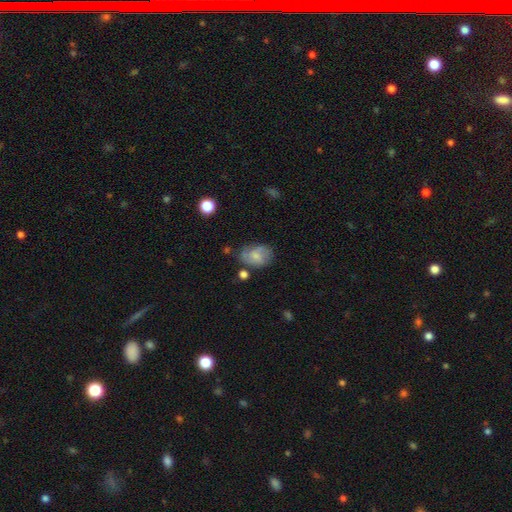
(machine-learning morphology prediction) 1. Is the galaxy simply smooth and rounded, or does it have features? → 60% smooth, 32% featured or disk, 8% star or artifact.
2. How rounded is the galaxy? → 76% in between, 23% round, 1% cigar-shaped.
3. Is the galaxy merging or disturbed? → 58% none, 26% minor disturbance, 10% major disturbance, 6% merger.